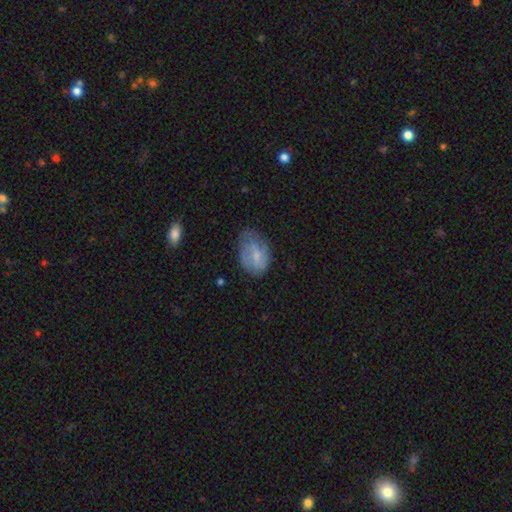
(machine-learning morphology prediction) Smooth or featured? smooth (55%)
How rounded? in between (85%)
Merging? none (51%)